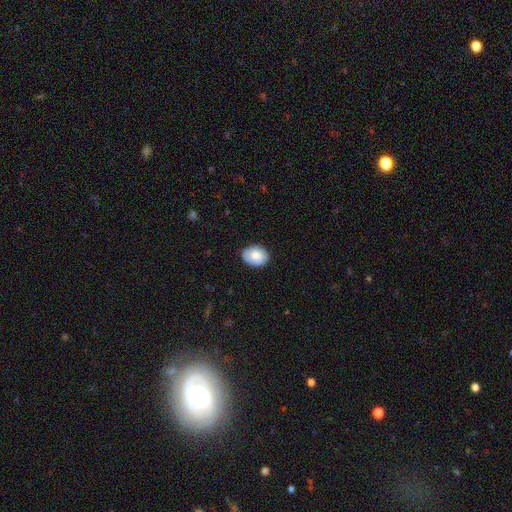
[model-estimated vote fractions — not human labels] Smooth or featured? smooth (77%)
How rounded? in between (61%)
Merging? none (81%)